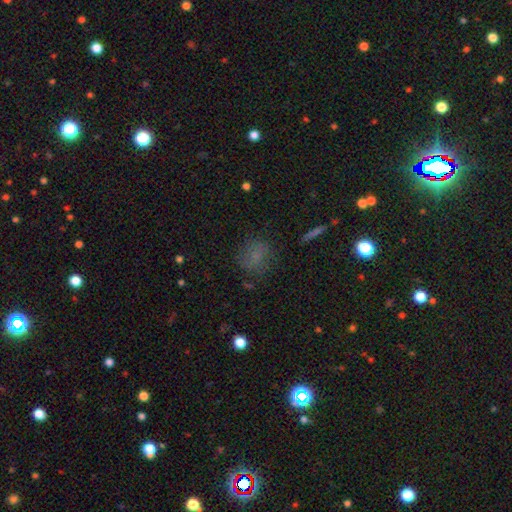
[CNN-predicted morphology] The model was most divided on "how rounded": round: 61%, in between: 37%, cigar-shaped: 3%. More confident: merging — none (72%); smooth or featured — smooth (69%).